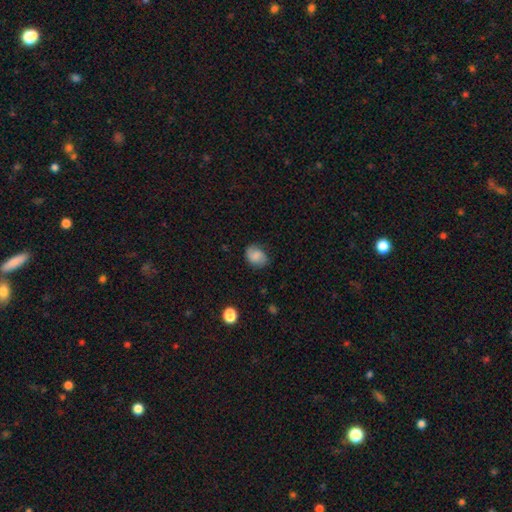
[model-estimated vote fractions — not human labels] Q: Smooth or featured?
A: smooth (68%); runner-up: featured or disk (23%)
Q: How rounded?
A: in between (57%); runner-up: round (42%)
Q: Merging?
A: none (69%); runner-up: minor disturbance (23%)